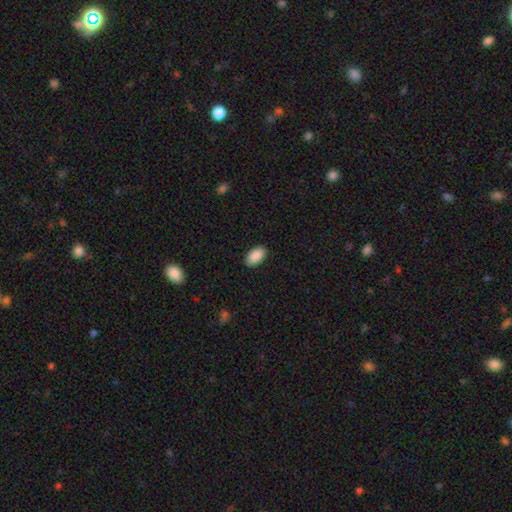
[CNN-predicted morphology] Smooth or featured? Predicted: smooth (p=0.90). How rounded? Predicted: in between (p=0.94). Merging? Predicted: none (p=0.88).